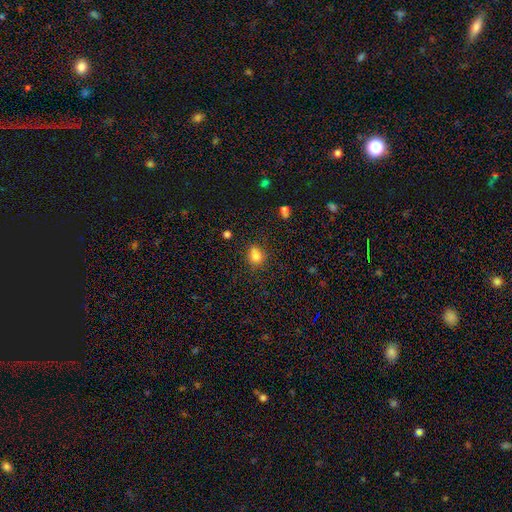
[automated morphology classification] The model was most divided on "how rounded": round: 60%, in between: 38%, cigar-shaped: 1%. More confident: smooth or featured — smooth (80%); merging — none (64%).